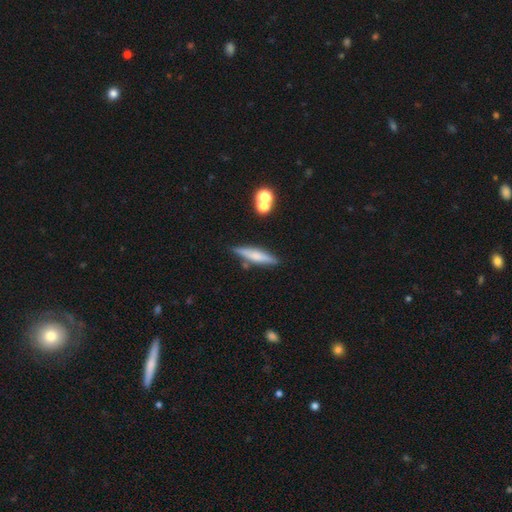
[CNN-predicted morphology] smooth-or-featured: smooth: 53% | featured or disk: 39% | star or artifact: 8%
  how-rounded: cigar-shaped: 84% | in between: 13% | round: 2%
  merging: none: 80% | minor disturbance: 12% | merger: 6% | major disturbance: 3%